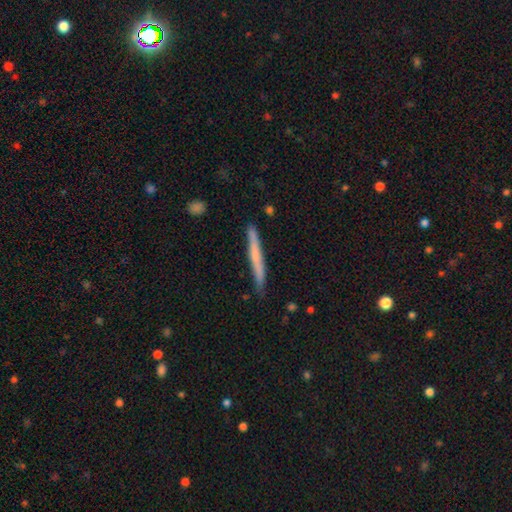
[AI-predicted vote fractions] Smooth or featured? smooth (53%)
How rounded? cigar-shaped (97%)
Merging? none (87%)